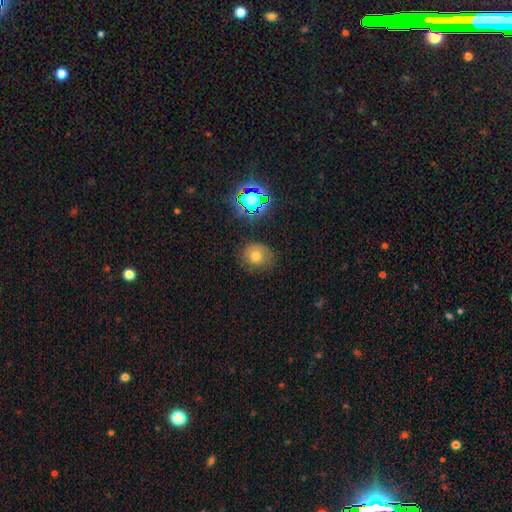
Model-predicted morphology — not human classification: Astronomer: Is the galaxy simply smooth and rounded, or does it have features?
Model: smooth — 63%.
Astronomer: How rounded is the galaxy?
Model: round — 76%.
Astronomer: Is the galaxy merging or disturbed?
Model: none — 68%.